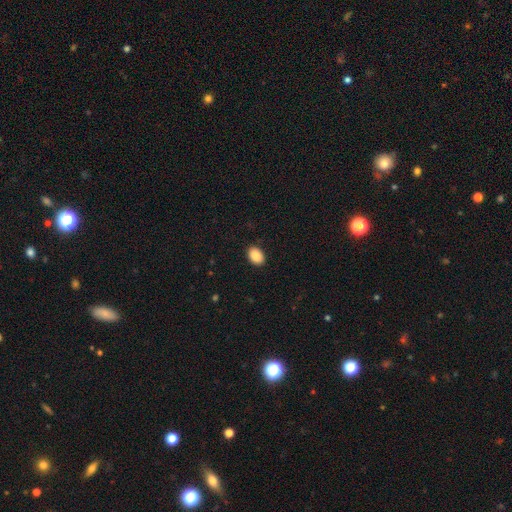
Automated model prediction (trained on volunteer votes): Q: Smooth or featured?
A: smooth (90%); runner-up: star or artifact (7%)
Q: How rounded?
A: in between (81%); runner-up: round (18%)
Q: Merging?
A: none (90%); runner-up: minor disturbance (7%)